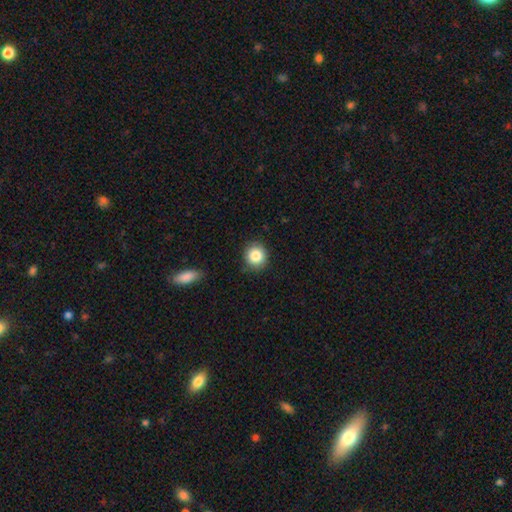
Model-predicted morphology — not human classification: smooth 85%, star or artifact 9%, featured or disk 5%. Down the decision tree: how rounded — round (88%); merging — none (86%).